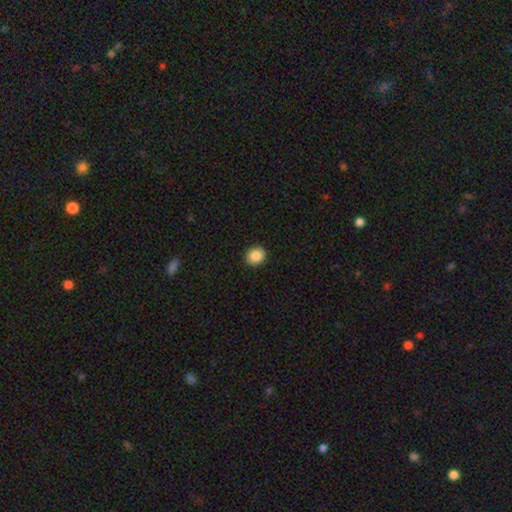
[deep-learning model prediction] The model was most divided on "how rounded": round: 73%, in between: 26%, cigar-shaped: 1%. More confident: merging — none (91%); smooth or featured — smooth (88%).